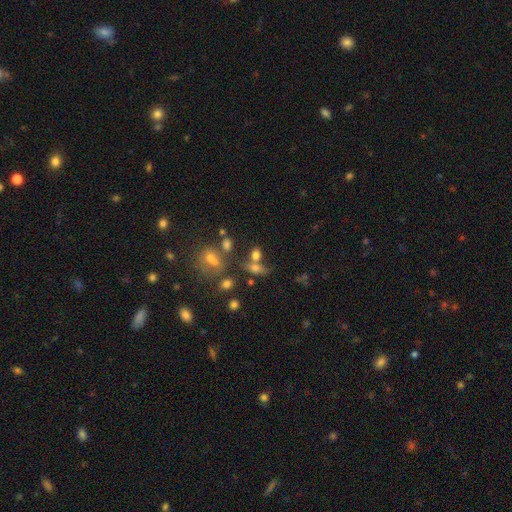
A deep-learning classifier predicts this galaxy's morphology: smooth_or_featured: smooth (p=0.66) [alt: star or artifact p=0.17]
how_rounded: in between (p=0.60) [alt: round p=0.32]
merging: none (p=0.45) [alt: merger p=0.35]